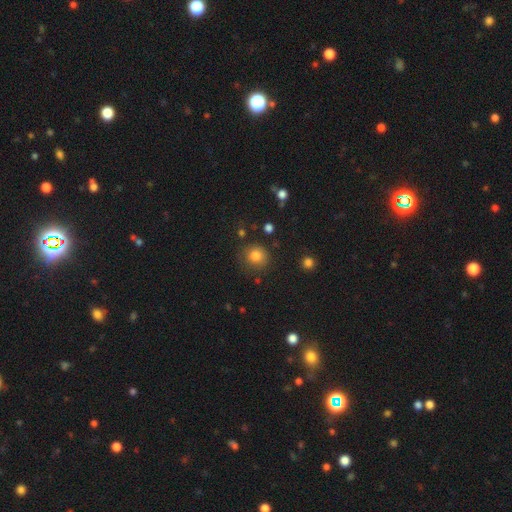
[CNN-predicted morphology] Q: Smooth or featured?
A: smooth (81%); runner-up: star or artifact (13%)
Q: How rounded?
A: round (90%); runner-up: in between (9%)
Q: Merging?
A: none (82%); runner-up: minor disturbance (12%)